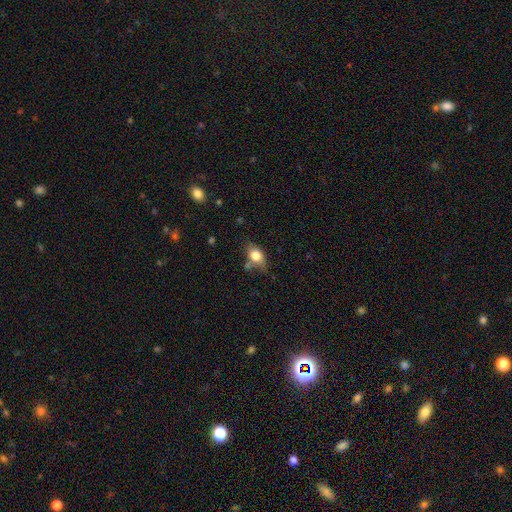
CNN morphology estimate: Smooth or featured? Predicted: smooth (p=0.76). How rounded? Predicted: in between (p=0.76). Merging? Predicted: none (p=0.60).